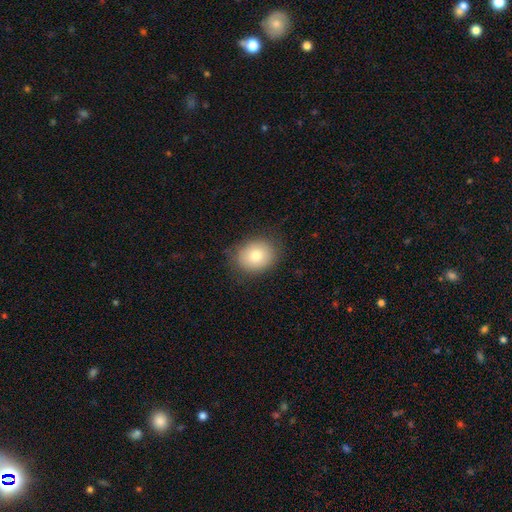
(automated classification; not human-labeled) Smooth or featured? Predicted: smooth (p=0.79). How rounded? Predicted: round (p=0.53). Merging? Predicted: none (p=0.82).